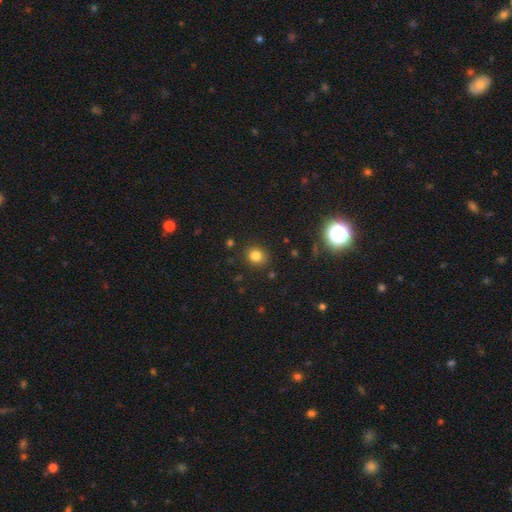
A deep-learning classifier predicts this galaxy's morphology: A smooth galaxy with no disk features (80%) that is round (75%). Merging: none (85%).